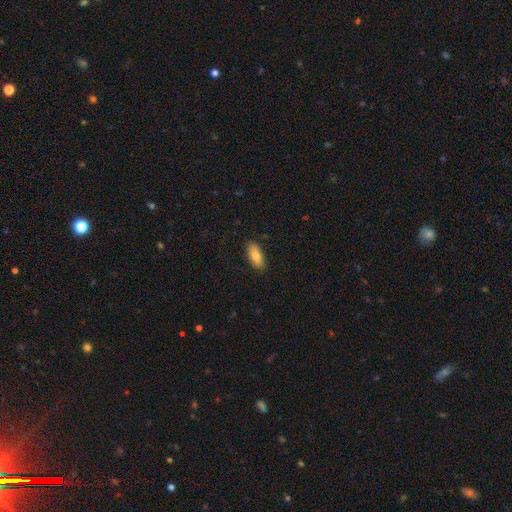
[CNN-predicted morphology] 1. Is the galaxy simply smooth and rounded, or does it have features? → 81% smooth, 12% featured or disk, 7% star or artifact.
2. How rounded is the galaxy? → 85% in between, 12% cigar-shaped, 2% round.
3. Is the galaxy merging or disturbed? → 88% none, 9% minor disturbance, 2% major disturbance, 1% merger.